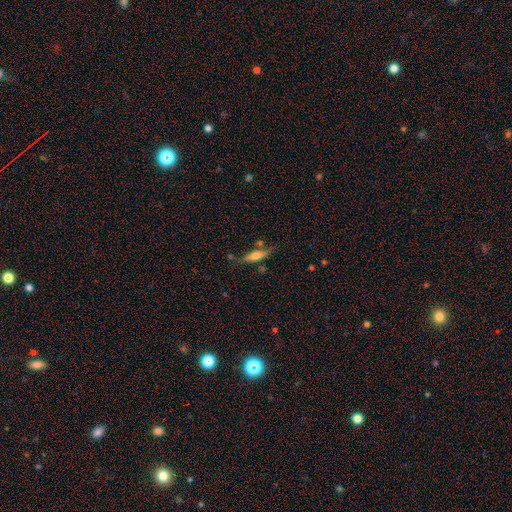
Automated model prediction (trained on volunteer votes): smooth_or_featured: smooth (p=0.50) [alt: featured or disk p=0.43]
merging: none (p=0.67) [alt: minor disturbance p=0.19]